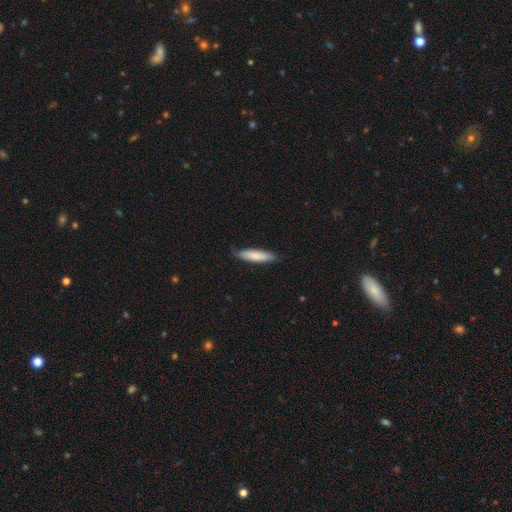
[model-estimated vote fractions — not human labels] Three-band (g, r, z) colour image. It shows a smooth galaxy with no disk features (80%) that is cigar-shaped (70%). Merging: none (80%).